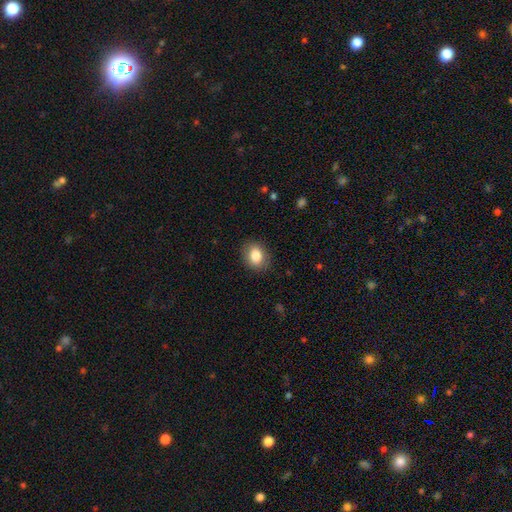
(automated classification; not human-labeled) Overall: smooth (85%). How rounded: in between (56%; round 43%). Merging: none (87%).